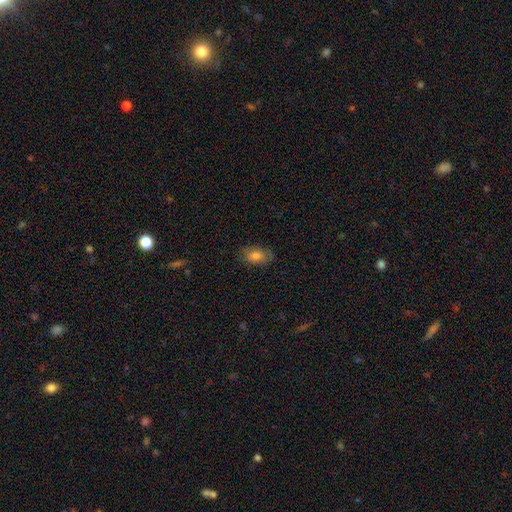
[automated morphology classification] smooth_or_featured: smooth (p=0.76) [alt: featured or disk p=0.15]
how_rounded: in between (p=0.86) [alt: round p=0.12]
merging: none (p=0.76) [alt: minor disturbance p=0.18]